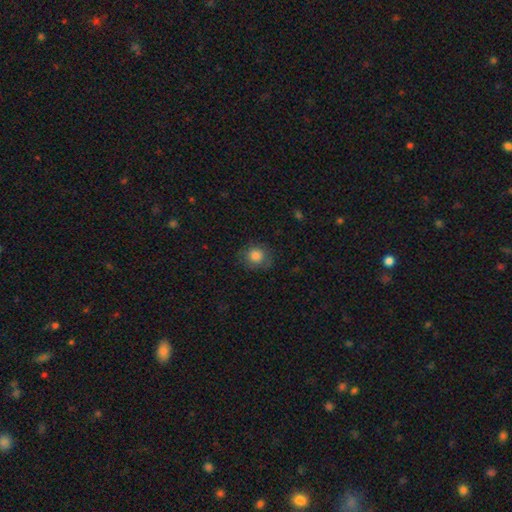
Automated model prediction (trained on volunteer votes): This appears to be a smooth galaxy with no disk features (83%) that is round (86%). Merging: none (77%).